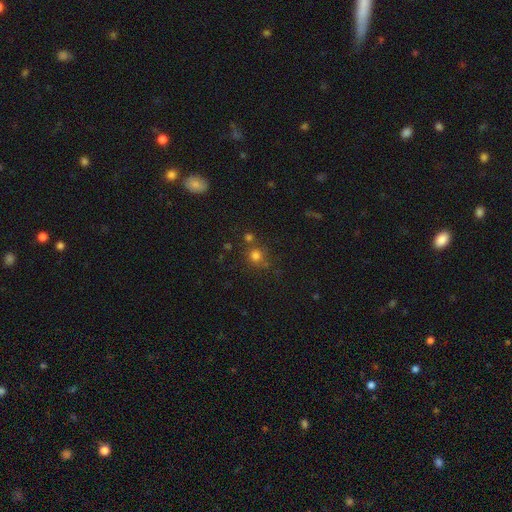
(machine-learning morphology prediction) type=smooth (75%); roundness=round (89%); merging=none (70%).